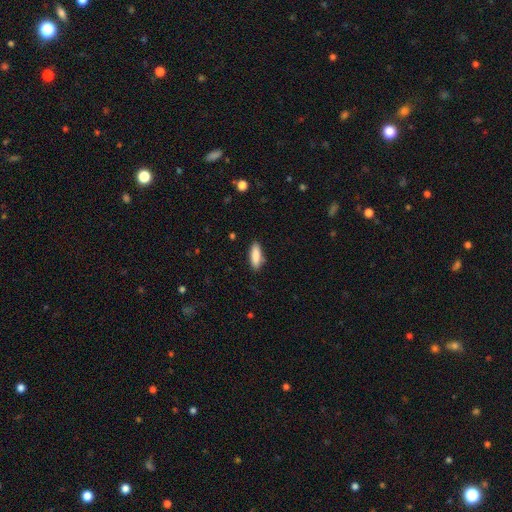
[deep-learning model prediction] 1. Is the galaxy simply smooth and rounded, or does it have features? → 88% smooth, 7% featured or disk, 6% star or artifact.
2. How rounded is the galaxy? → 57% in between, 41% cigar-shaped, 2% round.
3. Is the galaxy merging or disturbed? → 85% none, 12% minor disturbance, 2% major disturbance, 2% merger.